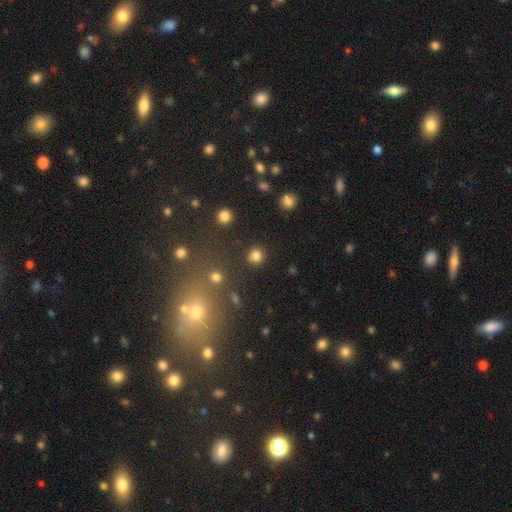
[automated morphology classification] A smooth galaxy with no disk features (81%) that is round (87%). Merging: none (85%).